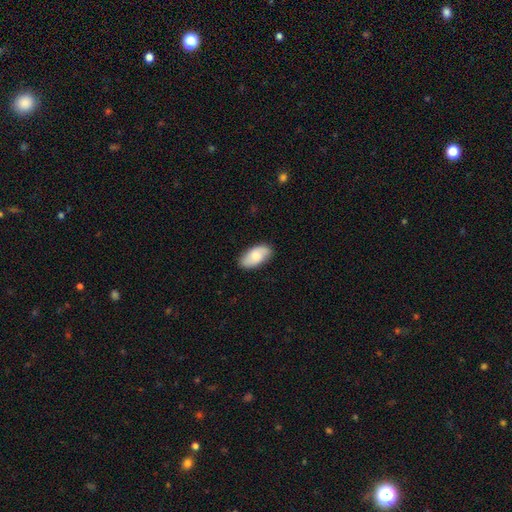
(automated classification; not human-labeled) smooth-or-featured: smooth: 75% | featured or disk: 19% | star or artifact: 6%
  how-rounded: in between: 94% | cigar-shaped: 4% | round: 2%
  merging: none: 84% | minor disturbance: 12% | major disturbance: 2% | merger: 1%